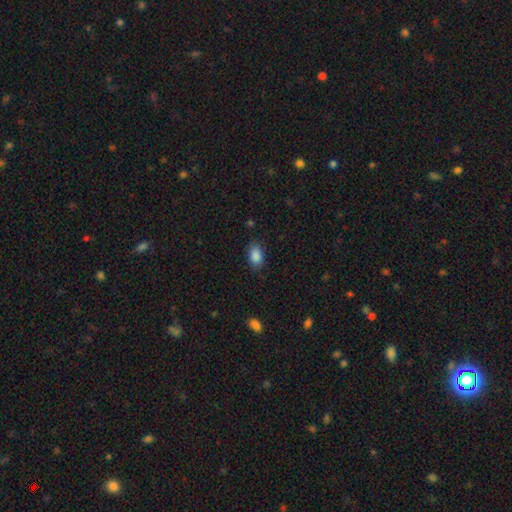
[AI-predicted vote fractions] smooth-or-featured: smooth: 88% | star or artifact: 8% | featured or disk: 4%
  how-rounded: in between: 88% | round: 10% | cigar-shaped: 2%
  merging: none: 82% | minor disturbance: 13% | major disturbance: 3% | merger: 1%